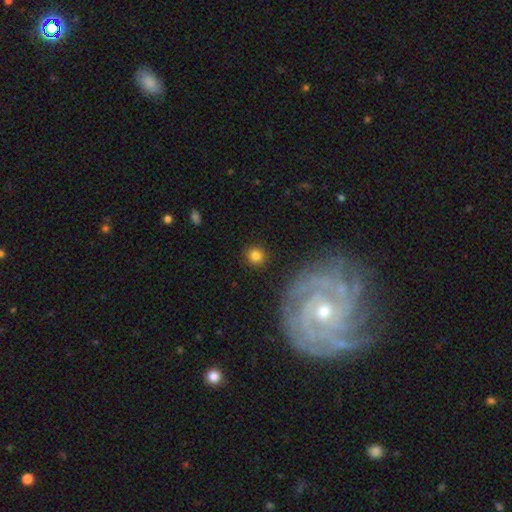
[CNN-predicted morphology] Smooth or featured? smooth (80%)
How rounded? round (91%)
Merging? none (88%)